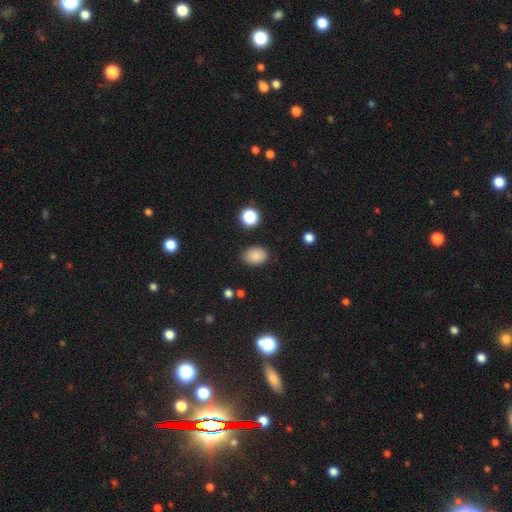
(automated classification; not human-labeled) This is clearly a smooth galaxy (85%). How rounded: likely in between (75%). Merging: clearly none (83%).